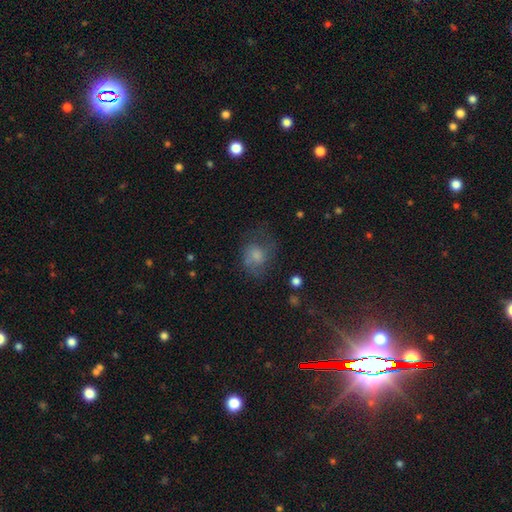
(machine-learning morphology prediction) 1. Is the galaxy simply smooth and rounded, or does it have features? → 59% smooth, 28% featured or disk, 12% star or artifact.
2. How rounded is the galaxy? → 53% round, 46% in between, 1% cigar-shaped.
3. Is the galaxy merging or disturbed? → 46% none, 27% major disturbance, 24% minor disturbance, 3% merger.